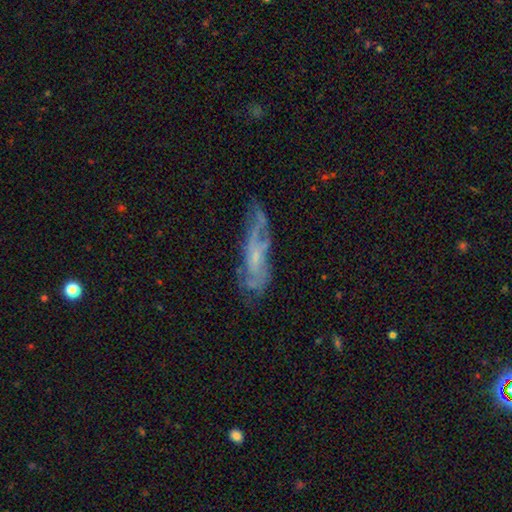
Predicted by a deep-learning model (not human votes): smooth-or-featured: featured or disk: 67% | smooth: 25% | star or artifact: 9%
  disk-edge-on: no: 74% | yes: 26%
  merging: none: 56% | minor disturbance: 25% | major disturbance: 15% | merger: 4%